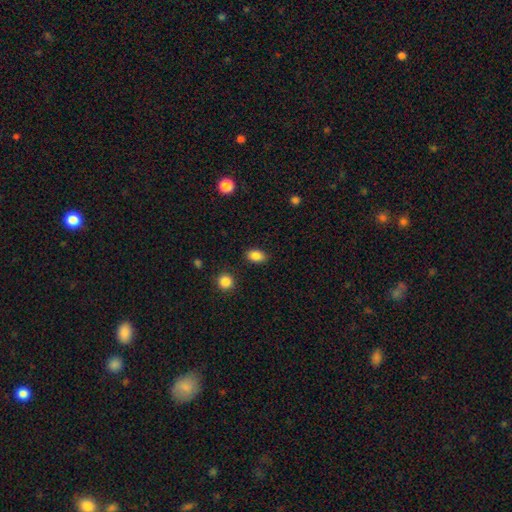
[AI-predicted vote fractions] A smooth galaxy with no disk features (86%) that is in between round and cigar-shaped (83%). Merging: none (85%).